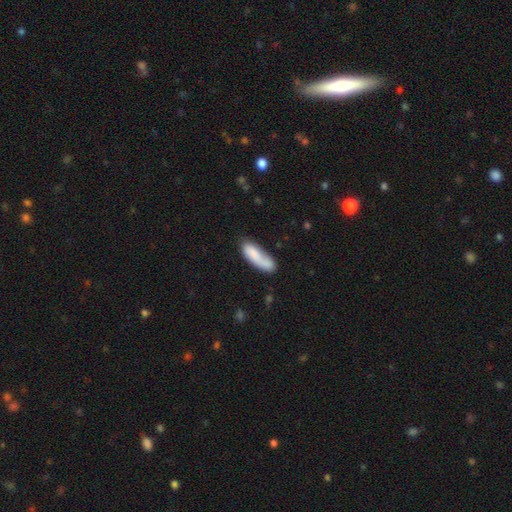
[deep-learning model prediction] This appears to be a smooth galaxy with no disk features (77%) that is in between round and cigar-shaped (56%). Merging: none (52%).